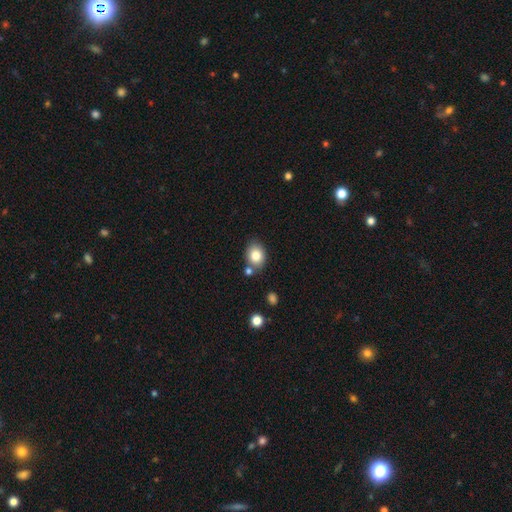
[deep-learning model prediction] smooth-or-featured: smooth: 83% | star or artifact: 9% | featured or disk: 8%
  how-rounded: in between: 56% | round: 43% | cigar-shaped: 1%
  merging: none: 72% | minor disturbance: 14% | merger: 11% | major disturbance: 3%